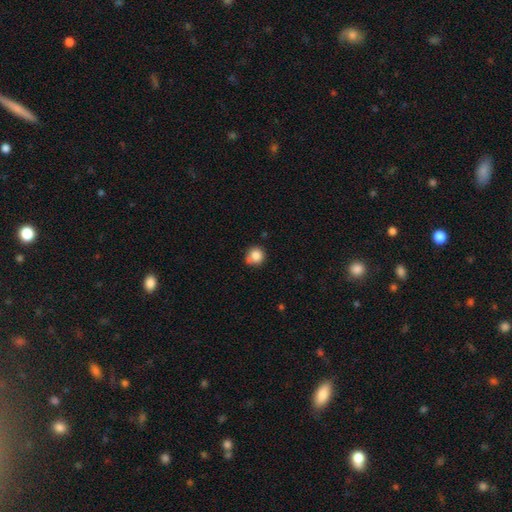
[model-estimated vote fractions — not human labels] Smooth or featured? smooth (84%)
How rounded? round (90%)
Merging? none (66%)